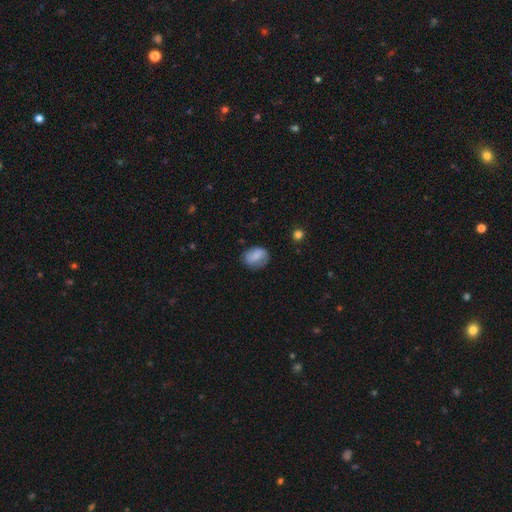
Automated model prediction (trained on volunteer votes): smooth 76%, featured or disk 16%, star or artifact 8%. Down the decision tree: how rounded — in between (63%); merging — none (71%).